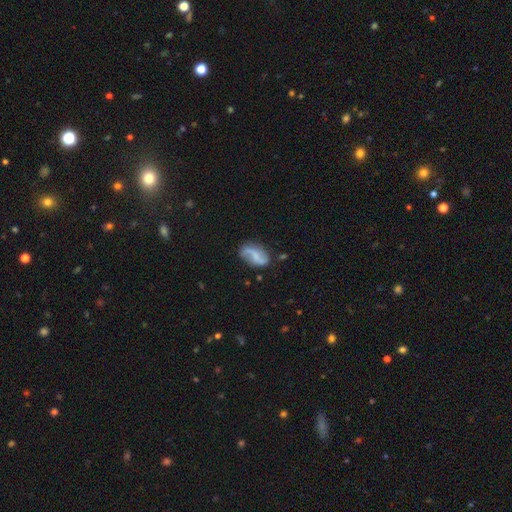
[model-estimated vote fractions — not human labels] This is likely a featured or disk galaxy (64%). It is clearly not viewed edge-on (96%). Bar: marginally weak (42%). Spiral arm pattern: clearly yes (87%). Spiral arm count: clearly 2 (82%). Spiral winding: likely loose (74%). Central bulge: possibly none (48%). Merging: likely none (63%).